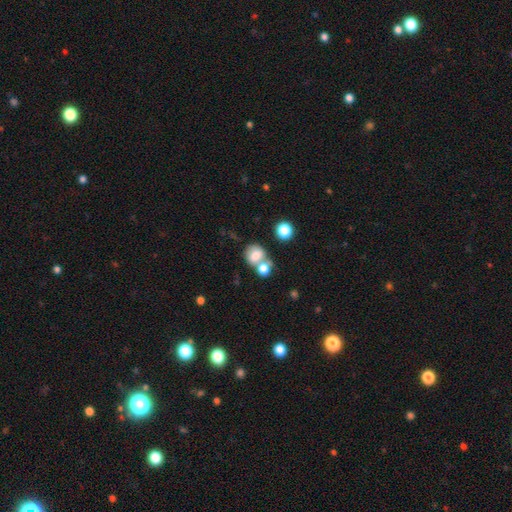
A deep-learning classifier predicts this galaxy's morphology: smooth 75%, featured or disk 14%, star or artifact 11%. Down the decision tree: how rounded — round (67%); merging — merger (44%).